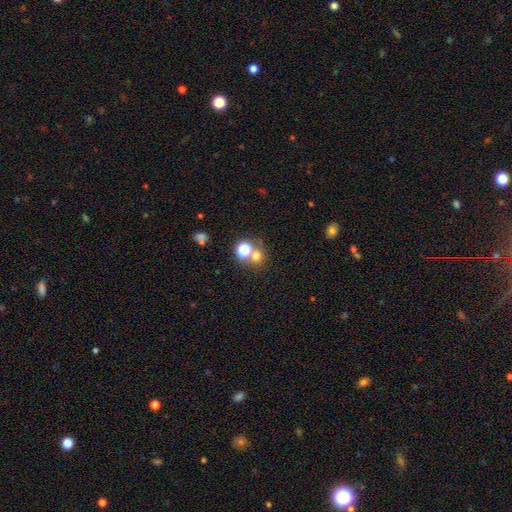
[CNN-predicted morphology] A smooth galaxy with no disk features (63%) that is round (84%). Merging: none (59%).